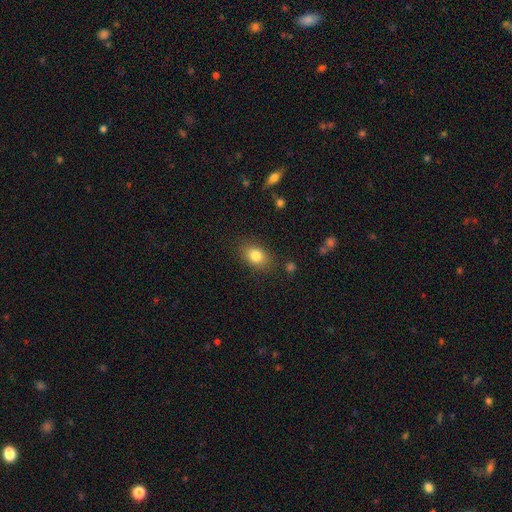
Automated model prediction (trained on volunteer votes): A smooth galaxy with no disk features (82%) that is in between round and cigar-shaped (73%).

Vote fractions:
- Smooth or featured? smooth: 82% / star or artifact: 9% / featured or disk: 9%
- How rounded? in between: 73% / round: 25% / cigar-shaped: 2%
- Merging? none: 83% / minor disturbance: 12% / major disturbance: 3% / merger: 2%